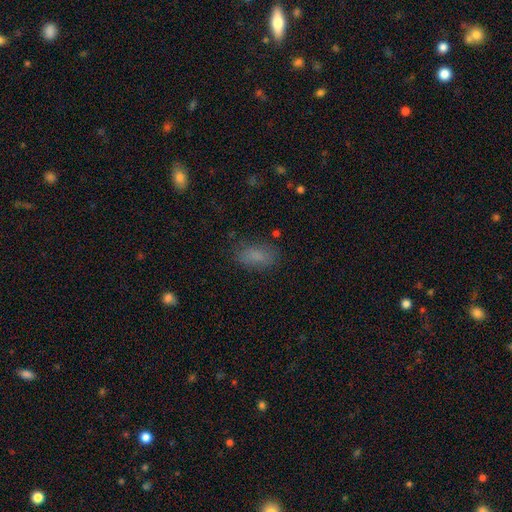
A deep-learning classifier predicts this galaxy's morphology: Smooth or featured?
  - smooth: 80% *
  - star or artifact: 12%
  - featured or disk: 8%
How rounded?
  - in between: 87% *
  - cigar-shaped: 9%
  - round: 5%
Merging?
  - none: 76% *
  - minor disturbance: 16%
  - major disturbance: 6%
  - merger: 2%